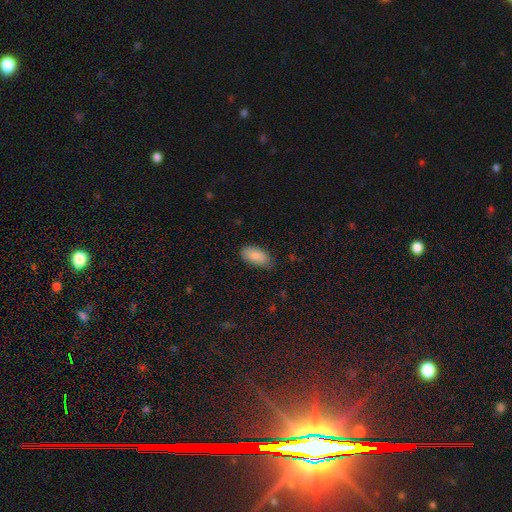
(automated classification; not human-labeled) Morphology: type=smooth (88%); roundness=in between (93%); merging=none (77%).